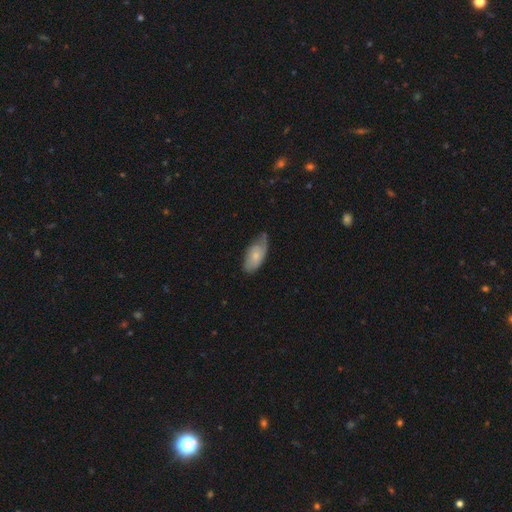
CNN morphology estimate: Smooth or featured: smooth — 56% (featured or disk — 39%)
How rounded: in between — 90% (cigar-shaped — 7%)
Merging: none — 50% (minor disturbance — 38%)